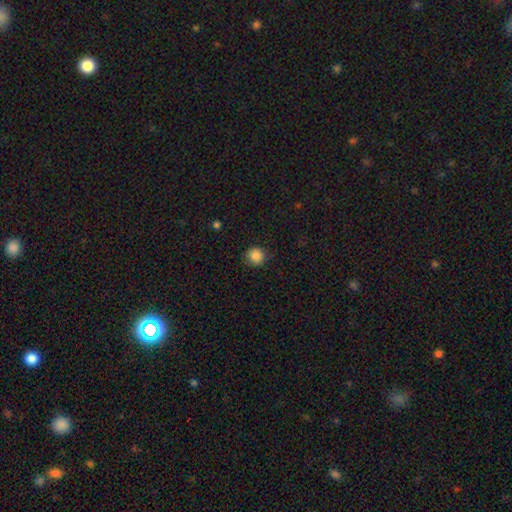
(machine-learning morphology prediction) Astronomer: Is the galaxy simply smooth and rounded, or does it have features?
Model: smooth — 86%.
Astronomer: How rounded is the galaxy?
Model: round — 89%.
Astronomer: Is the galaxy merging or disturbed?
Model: none — 84%.